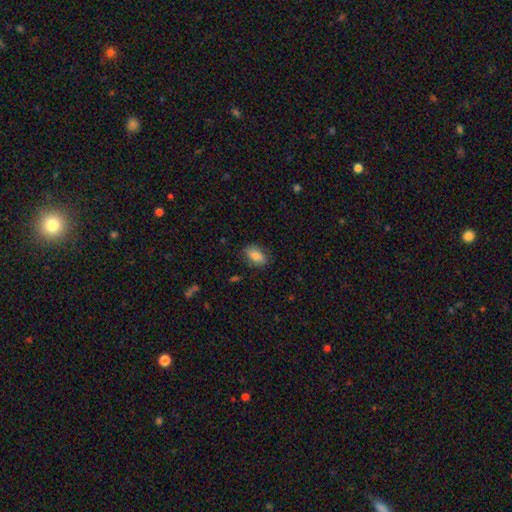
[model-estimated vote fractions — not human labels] Smooth or featured? smooth (81%)
How rounded? in between (89%)
Merging? none (79%)